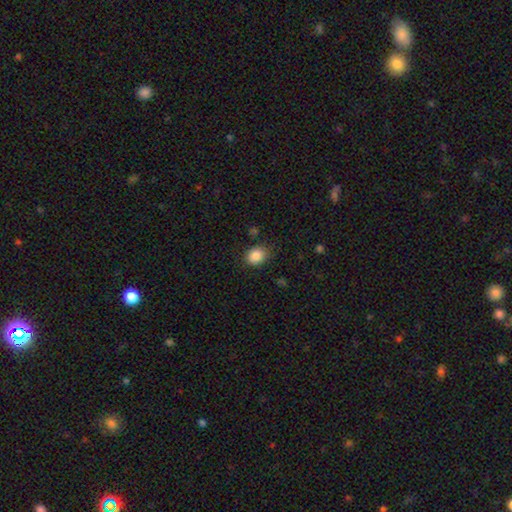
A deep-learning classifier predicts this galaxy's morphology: This appears to be a smooth galaxy with no disk features (87%) that is round (54%). Merging: none (81%).